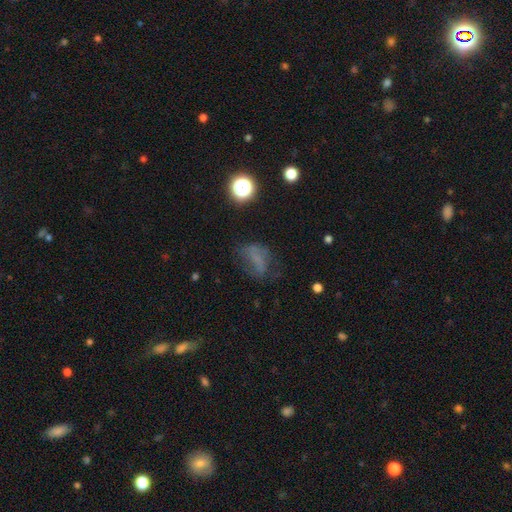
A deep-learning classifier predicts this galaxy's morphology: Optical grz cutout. It shows a smooth galaxy with no disk features (45%). Merging: none (45%).